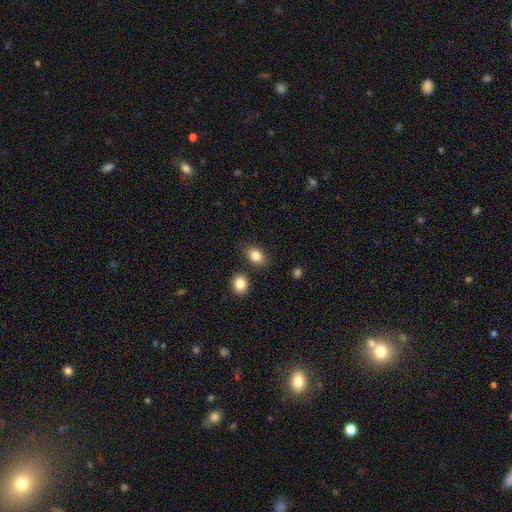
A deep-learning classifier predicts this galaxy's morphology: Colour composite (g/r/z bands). It shows a smooth galaxy with no disk features (85%) that is in between round and cigar-shaped (75%). Merging: none (80%).